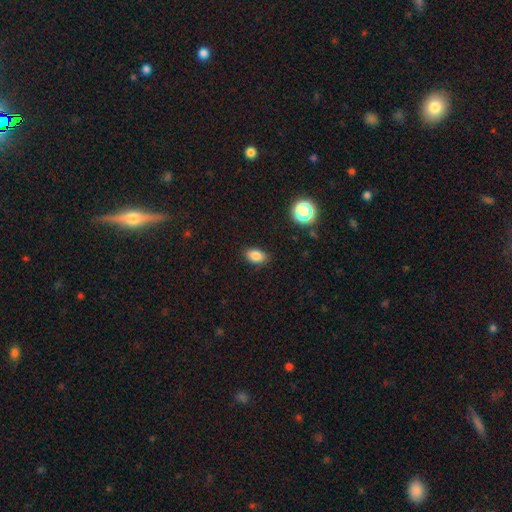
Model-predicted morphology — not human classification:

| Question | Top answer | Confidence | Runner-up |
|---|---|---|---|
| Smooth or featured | smooth | 84% | star or artifact (11%) |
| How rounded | in between | 84% | round (14%) |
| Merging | none | 85% | minor disturbance (11%) |